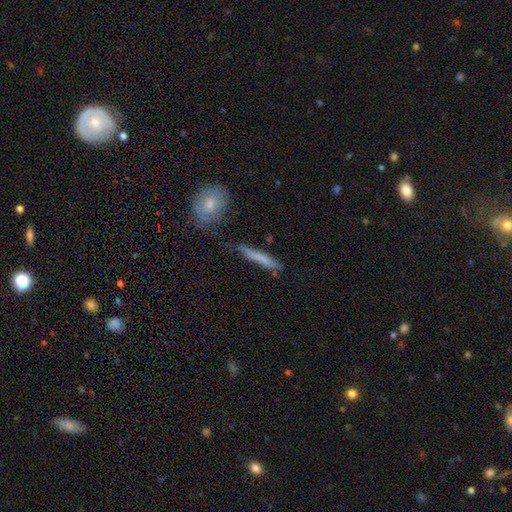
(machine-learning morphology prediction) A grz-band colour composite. It shows a smooth galaxy with no disk features (64%) that is cigar-shaped (92%). Merging: none (74%).